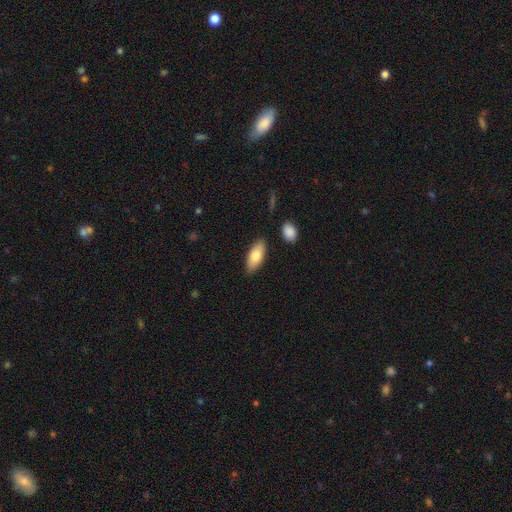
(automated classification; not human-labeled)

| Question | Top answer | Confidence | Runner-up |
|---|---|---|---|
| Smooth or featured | smooth | 76% | featured or disk (18%) |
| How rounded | in between | 83% | cigar-shaped (14%) |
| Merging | none | 85% | minor disturbance (10%) |